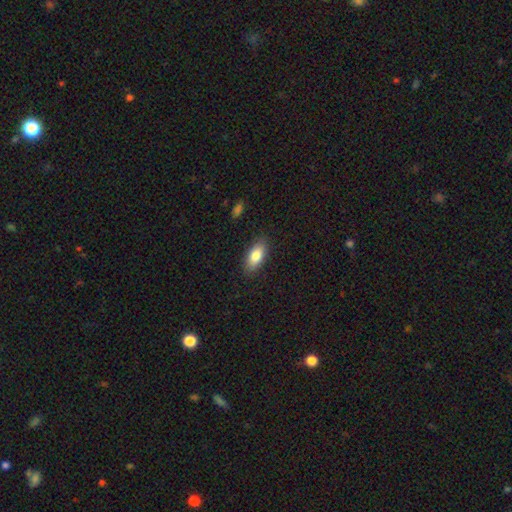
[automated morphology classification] smooth 83%, featured or disk 10%, star or artifact 7%. Down the decision tree: how rounded — in between (85%); merging — none (87%).